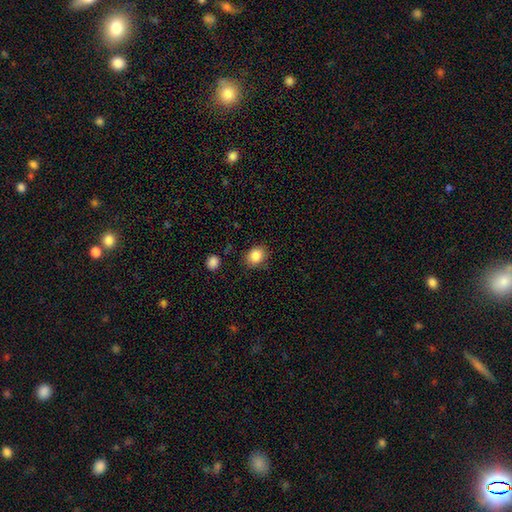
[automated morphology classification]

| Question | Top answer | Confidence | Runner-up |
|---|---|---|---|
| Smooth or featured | smooth | 86% | star or artifact (9%) |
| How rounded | round | 55% | in between (44%) |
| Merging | none | 80% | minor disturbance (13%) |